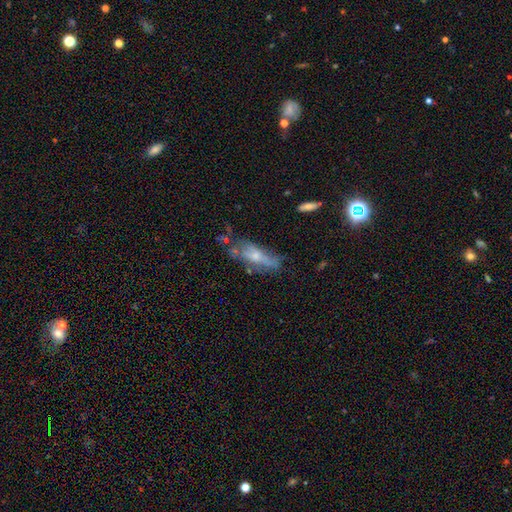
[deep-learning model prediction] Smooth or featured? Predicted: featured or disk (p=0.49). Merging? Predicted: none (p=0.45).